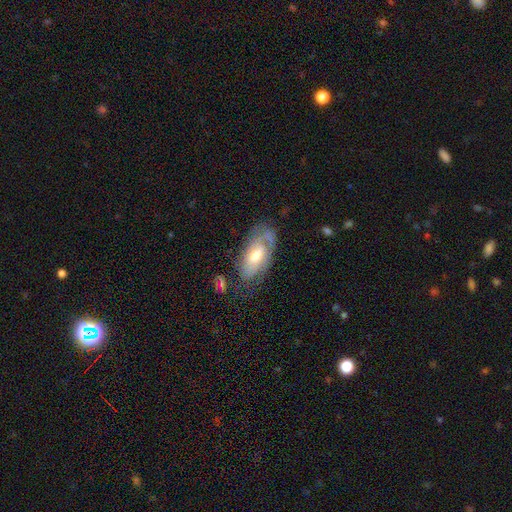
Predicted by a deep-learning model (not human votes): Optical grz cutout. It shows a featured or disk galaxy (60%) with no bar (62%), spiral arms (71%) and a moderate central bulge (66%). Merging: none (54%).